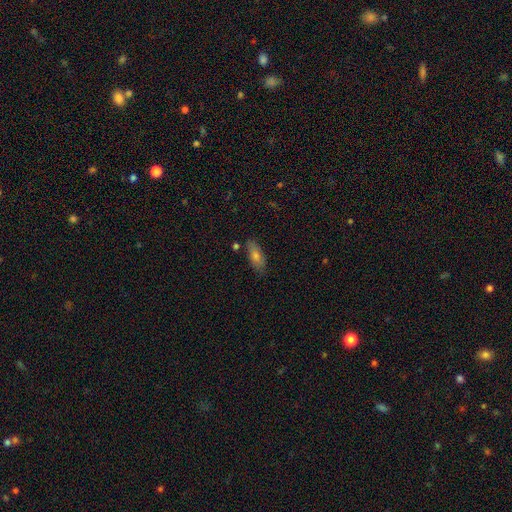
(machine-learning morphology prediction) Smooth or featured?
  - smooth: 65% *
  - featured or disk: 25%
  - star or artifact: 10%
How rounded?
  - in between: 62% *
  - cigar-shaped: 34%
  - round: 3%
Merging?
  - none: 82% *
  - minor disturbance: 12%
  - merger: 3%
  - major disturbance: 2%